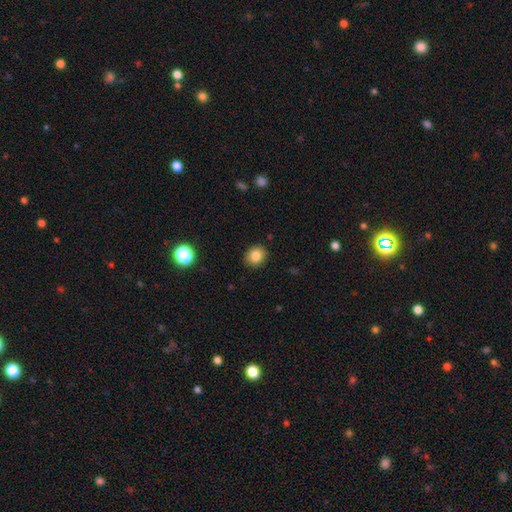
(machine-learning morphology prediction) Smooth or featured? Predicted: smooth (p=0.83). How rounded? Predicted: round (p=0.66). Merging? Predicted: none (p=0.89).